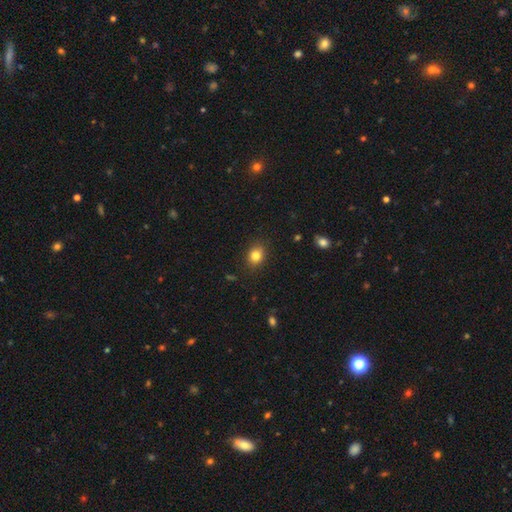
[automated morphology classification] A smooth galaxy with no disk features (83%) that is round (50%).

Vote fractions:
- Smooth or featured? smooth: 83% / star or artifact: 11% / featured or disk: 6%
- How rounded? round: 50% / in between: 49% / cigar-shaped: 1%
- Merging? none: 86% / minor disturbance: 11% / major disturbance: 3% / merger: 1%